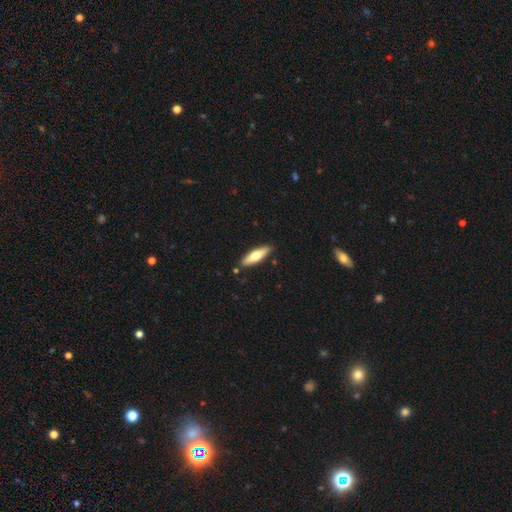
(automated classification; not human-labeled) smooth_or_featured: smooth (p=0.57) [alt: featured or disk p=0.38]
how_rounded: cigar-shaped (p=0.61) [alt: in between p=0.38]
merging: none (p=0.88) [alt: minor disturbance p=0.09]